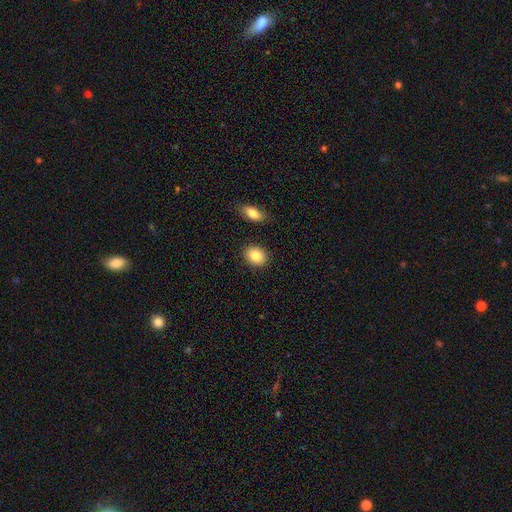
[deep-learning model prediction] Smooth or featured: smooth — 87% (star or artifact — 7%)
How rounded: in between — 53% (round — 45%)
Merging: none — 86% (minor disturbance — 8%)